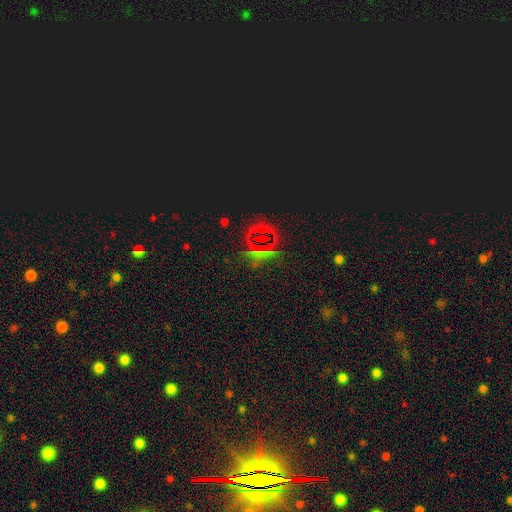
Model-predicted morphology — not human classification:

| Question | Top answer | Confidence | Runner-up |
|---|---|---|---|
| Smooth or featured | star or artifact | 63% | featured or disk (19%) |